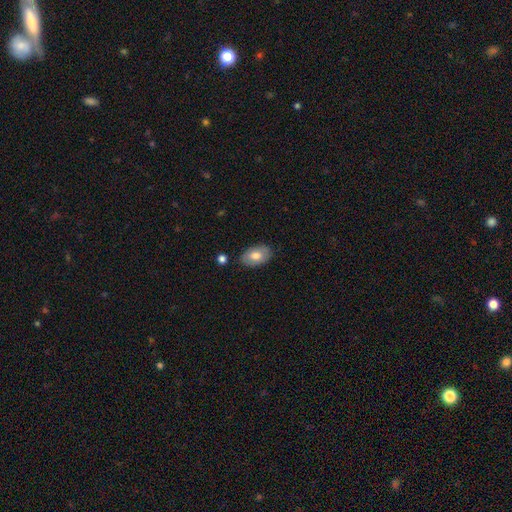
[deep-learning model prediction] smooth-or-featured: smooth: 73% | featured or disk: 20% | star or artifact: 6%
  how-rounded: in between: 91% | round: 8% | cigar-shaped: 1%
  merging: none: 84% | minor disturbance: 11% | major disturbance: 2% | merger: 2%